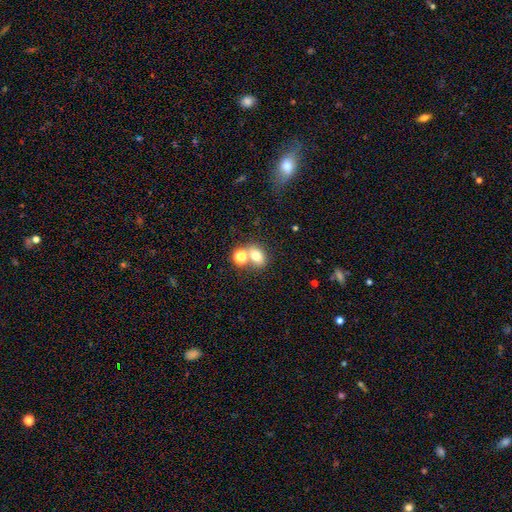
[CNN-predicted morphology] type=smooth (74%); roundness=in between (58%); merging=none (50%).